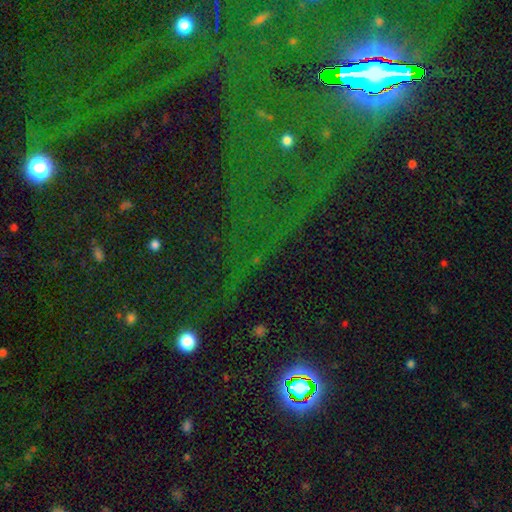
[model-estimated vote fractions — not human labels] Smooth or featured: star or artifact — 80% (smooth — 11%)